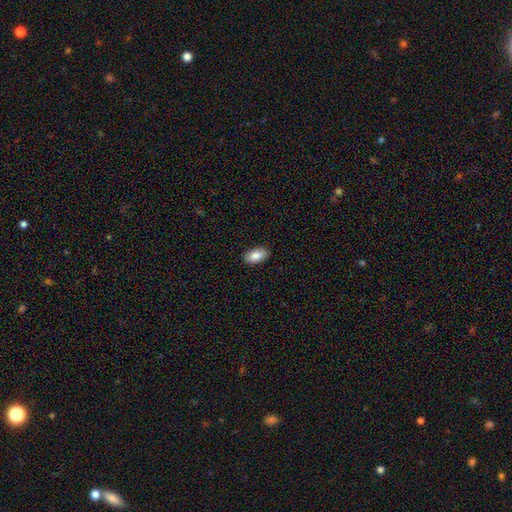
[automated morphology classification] Smooth or featured? Predicted: smooth (p=0.87). How rounded? Predicted: in between (p=0.94). Merging? Predicted: none (p=0.88).